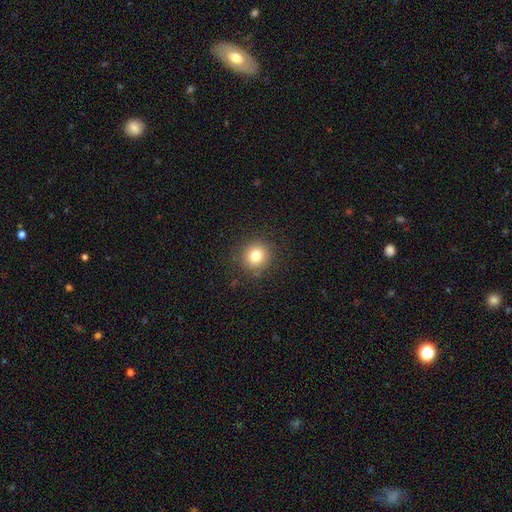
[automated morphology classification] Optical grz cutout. It shows a smooth galaxy with no disk features (80%) that is round (91%). Merging: none (89%).